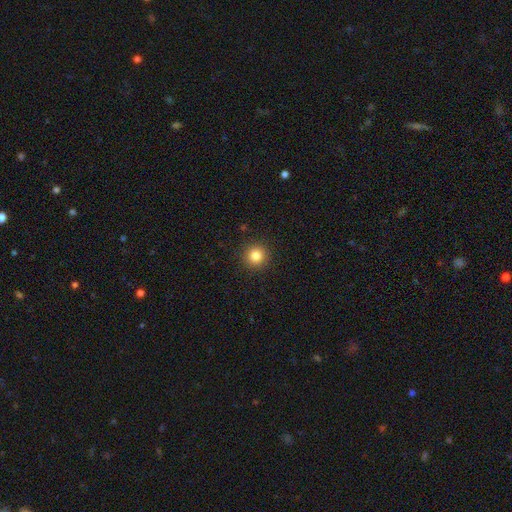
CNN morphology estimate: A smooth galaxy with no disk features (84%) that is round (95%).

Vote fractions:
- Smooth or featured? smooth: 84% / star or artifact: 11% / featured or disk: 5%
- How rounded? round: 95% / in between: 4% / cigar-shaped: 1%
- Merging? none: 92% / minor disturbance: 5% / major disturbance: 2% / merger: 1%